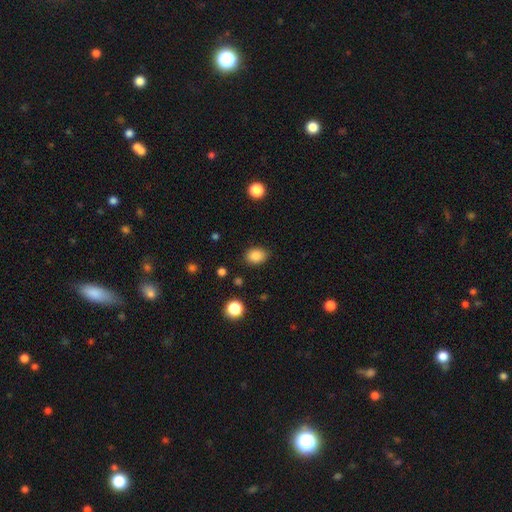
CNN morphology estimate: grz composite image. It shows a smooth galaxy with no disk features (86%) that is in between round and cigar-shaped (64%). Merging: none (84%).